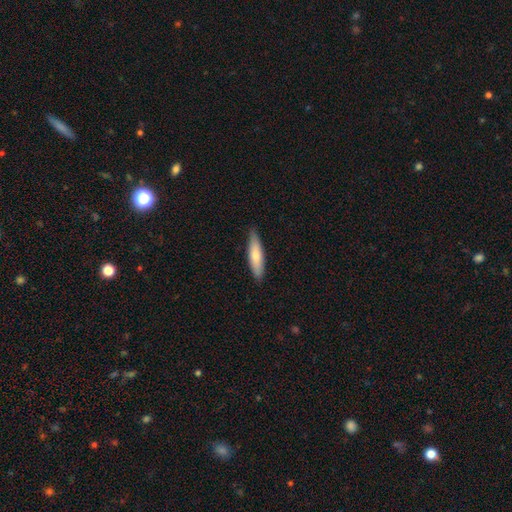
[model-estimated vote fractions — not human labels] Morphology: type=smooth (73%); roundness=cigar-shaped (72%); merging=none (85%).